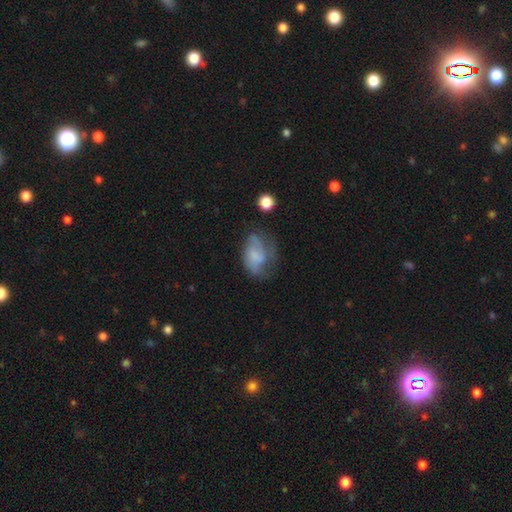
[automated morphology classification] A featured or disk galaxy (46%).

Vote fractions:
- Smooth or featured? featured or disk: 46% / smooth: 44% / star or artifact: 10%
- Merging? none: 37% / major disturbance: 31% / minor disturbance: 29% / merger: 3%